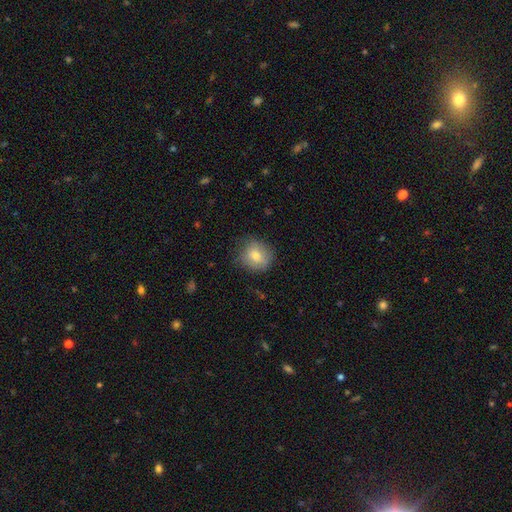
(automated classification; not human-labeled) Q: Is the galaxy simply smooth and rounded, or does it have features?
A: smooth — 75%.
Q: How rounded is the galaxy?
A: round — 82%.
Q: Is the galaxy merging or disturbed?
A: none — 73%.